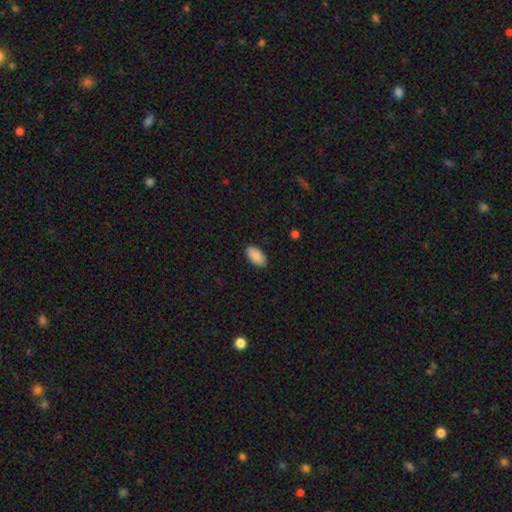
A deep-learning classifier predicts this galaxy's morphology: smooth 89%, star or artifact 6%, featured or disk 5%. Down the decision tree: how rounded — in between (96%); merging — none (88%).